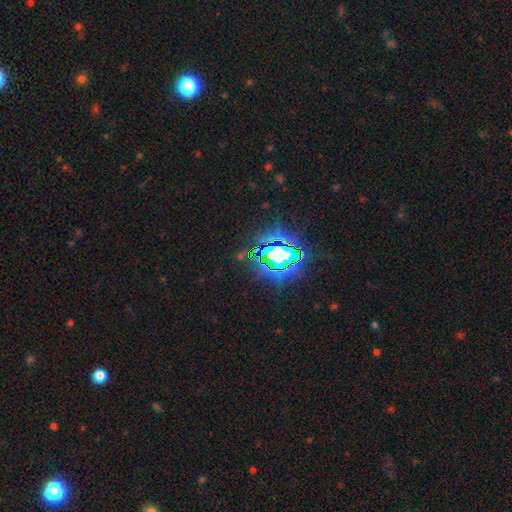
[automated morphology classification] This appears to be a star or artifact, not a galaxy (81%).